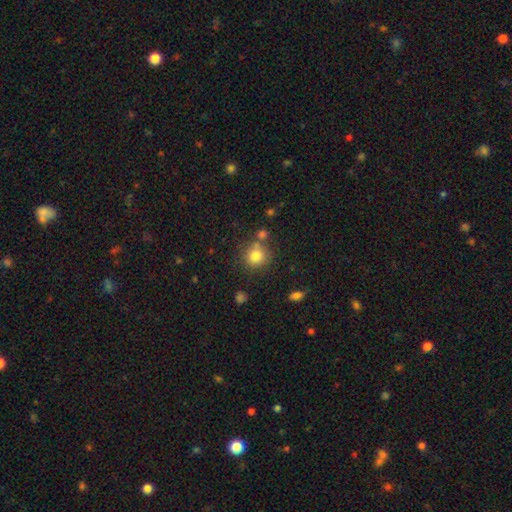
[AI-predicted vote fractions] Q: Smooth or featured?
A: smooth (80%); runner-up: star or artifact (12%)
Q: How rounded?
A: round (87%); runner-up: in between (12%)
Q: Merging?
A: none (70%); runner-up: merger (15%)